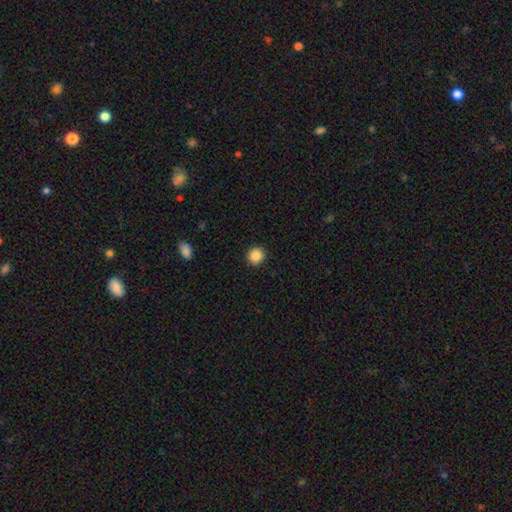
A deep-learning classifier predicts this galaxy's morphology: The model was most divided on "smooth or featured": smooth: 87%, star or artifact: 9%, featured or disk: 3%. More confident: how rounded — round (93%); merging — none (92%).